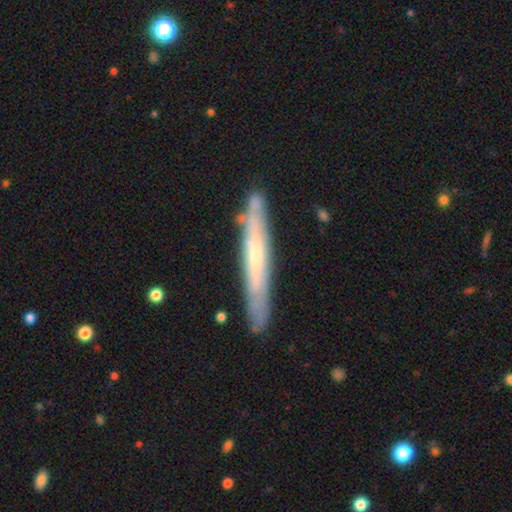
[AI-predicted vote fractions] A featured or disk galaxy (59%) viewed edge-on (83%).

Vote fractions:
- Smooth or featured? featured or disk: 59% / smooth: 35% / star or artifact: 5%
- Edge-on disk? yes: 83% / no: 17%
- Merging? none: 80% / minor disturbance: 13% / merger: 4% / major disturbance: 3%